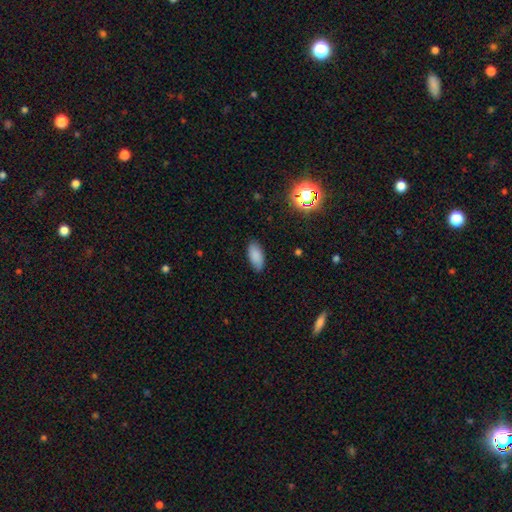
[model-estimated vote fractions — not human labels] Overall: smooth (86%). How rounded: in between (89%). Merging: none (84%).